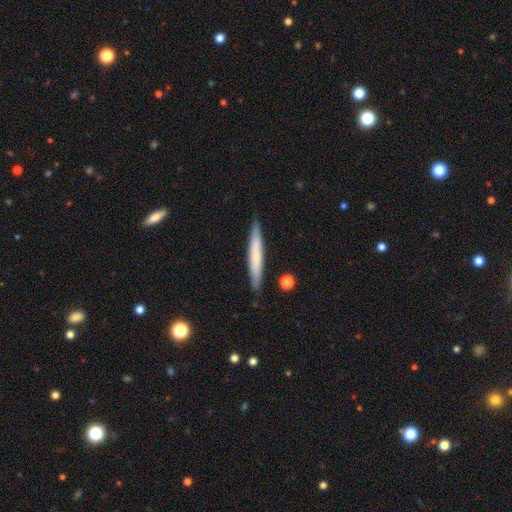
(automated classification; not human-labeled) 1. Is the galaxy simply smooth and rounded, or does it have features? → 60% smooth, 34% featured or disk, 6% star or artifact.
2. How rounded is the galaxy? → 95% cigar-shaped, 4% in between, 1% round.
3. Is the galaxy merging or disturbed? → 88% none, 9% minor disturbance, 2% merger, 2% major disturbance.